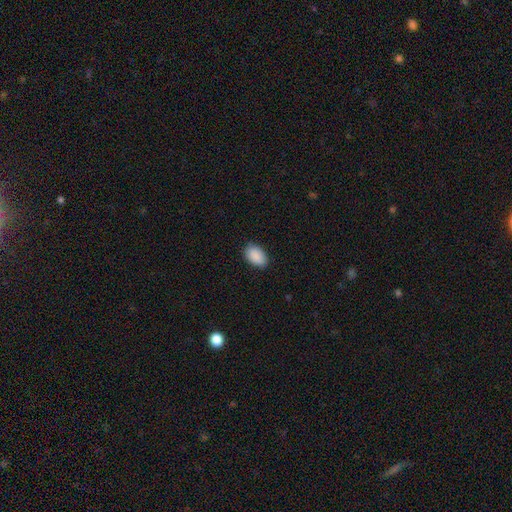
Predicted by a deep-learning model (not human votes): Smooth or featured? Predicted: smooth (p=0.91). How rounded? Predicted: in between (p=0.93). Merging? Predicted: none (p=0.86).